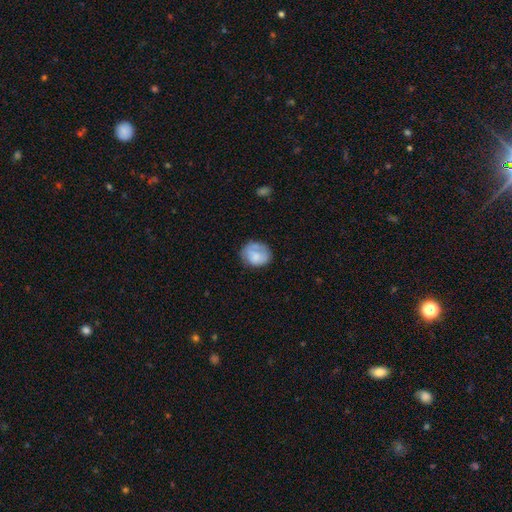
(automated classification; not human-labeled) Smooth or featured: smooth — 71% (featured or disk — 21%)
How rounded: round — 59% (in between — 40%)
Merging: none — 57% (minor disturbance — 27%)